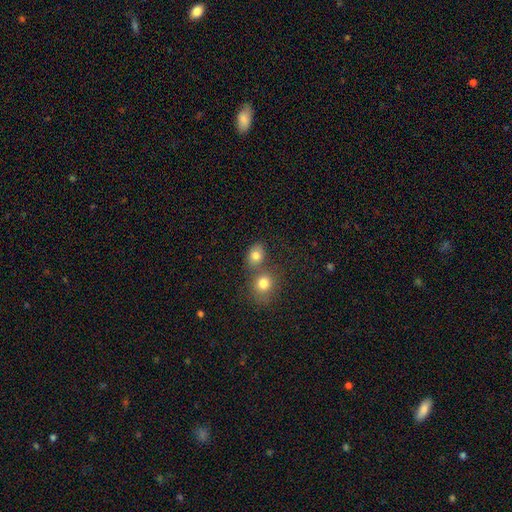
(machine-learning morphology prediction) Smooth or featured? Predicted: smooth (p=0.80). How rounded? Predicted: round (p=0.51). Merging? Predicted: none (p=0.47).